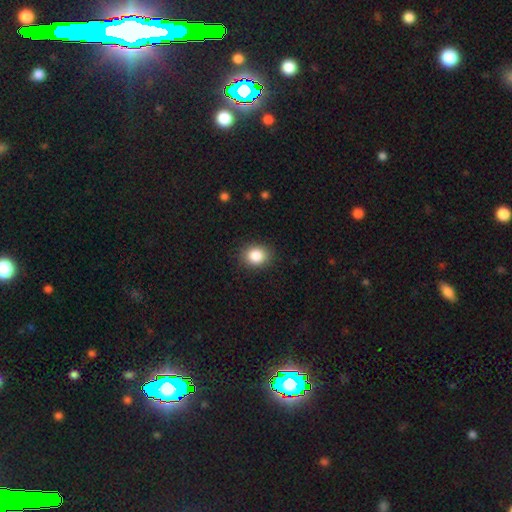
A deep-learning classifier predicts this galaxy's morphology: smooth_or_featured: smooth (p=0.86) [alt: star or artifact p=0.09]
how_rounded: round (p=0.61) [alt: in between p=0.38]
merging: none (p=0.88) [alt: minor disturbance p=0.08]